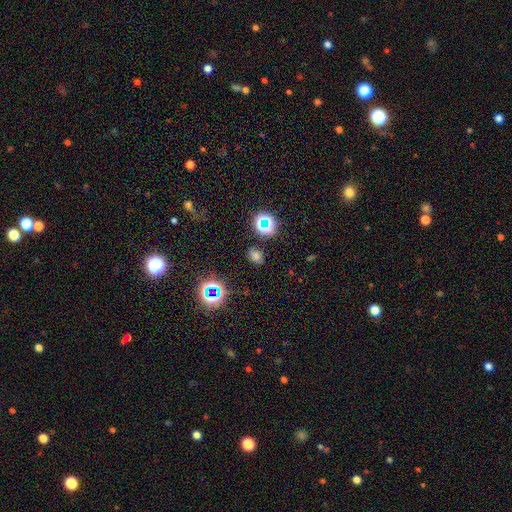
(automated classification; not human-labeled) The model was most divided on "smooth or featured": smooth: 53%, star or artifact: 41%, featured or disk: 7%. More confident: merging — none (84%); how rounded — round (56%).